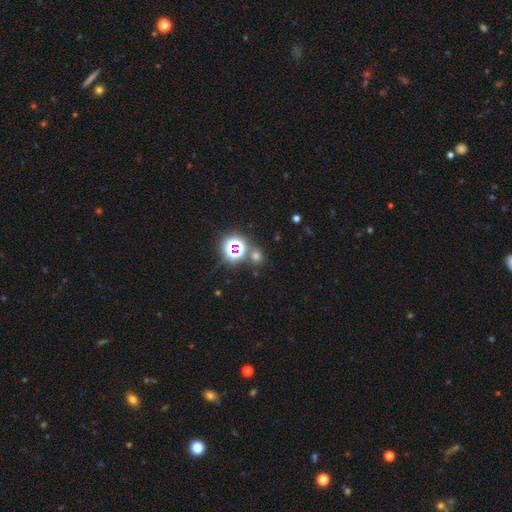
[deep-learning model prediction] The model was most divided on "smooth or featured": smooth: 55%, star or artifact: 39%, featured or disk: 7%. More confident: how rounded — round (81%); merging — none (76%).